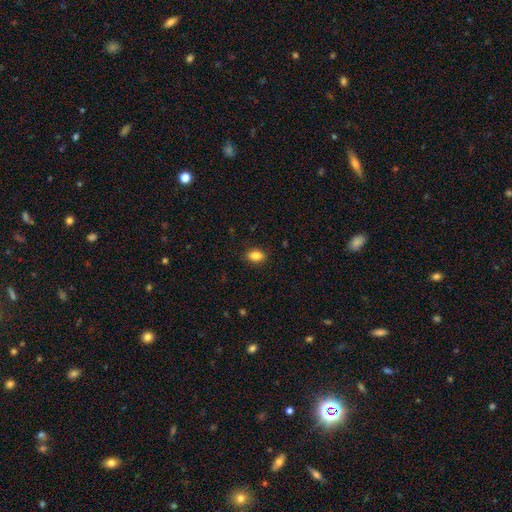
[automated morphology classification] Q: Smooth or featured?
A: smooth (85%); runner-up: star or artifact (9%)
Q: How rounded?
A: in between (84%); runner-up: round (13%)
Q: Merging?
A: none (86%); runner-up: minor disturbance (11%)